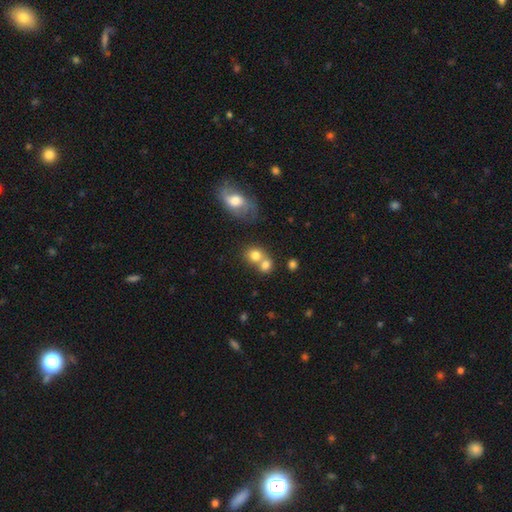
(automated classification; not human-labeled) This is likely a smooth galaxy (76%). How rounded: likely round (72%). Merging: possibly merger (51%).